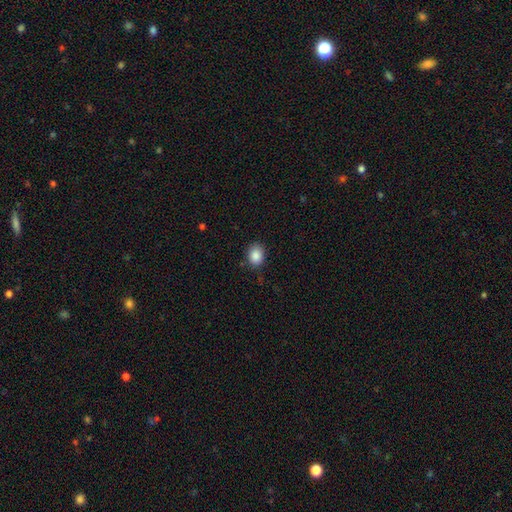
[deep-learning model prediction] Smooth or featured? smooth (88%)
How rounded? in between (54%)
Merging? none (82%)